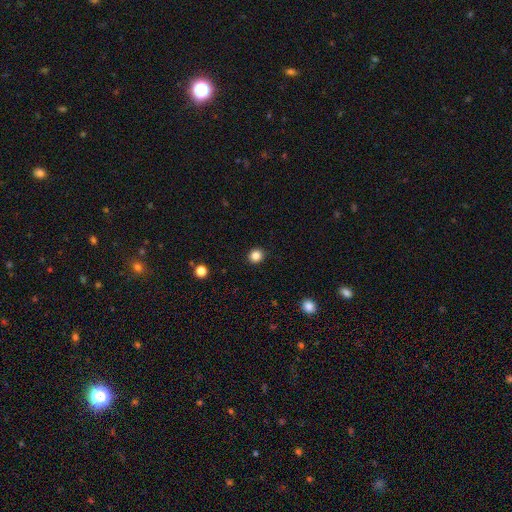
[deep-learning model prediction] A smooth galaxy with no disk features (85%) that is round (88%).

Vote fractions:
- Smooth or featured? smooth: 85% / star or artifact: 12% / featured or disk: 4%
- How rounded? round: 88% / in between: 11% / cigar-shaped: 1%
- Merging? none: 92% / minor disturbance: 5% / major disturbance: 2% / merger: 1%